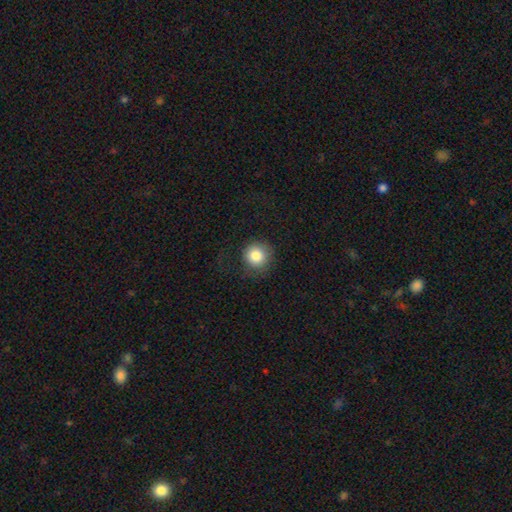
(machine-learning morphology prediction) smooth 84%, star or artifact 9%, featured or disk 7%. Down the decision tree: how rounded — round (93%); merging — none (76%).